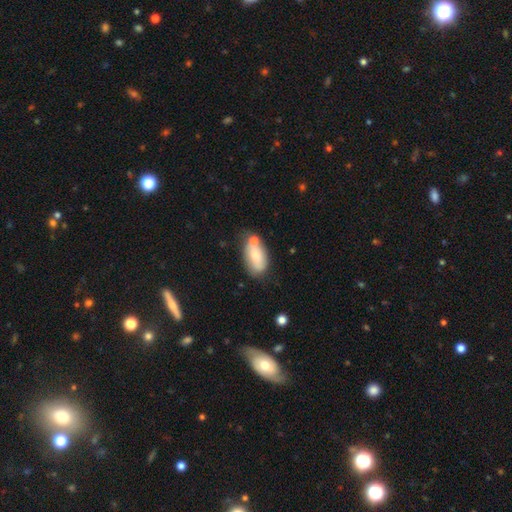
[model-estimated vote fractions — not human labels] Smooth or featured? smooth (71%)
How rounded? in between (91%)
Merging? none (49%)